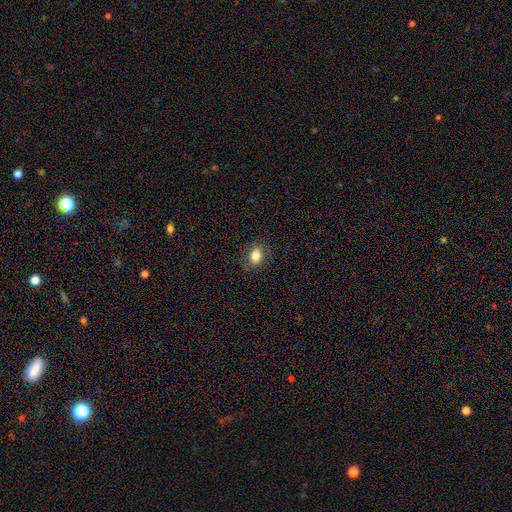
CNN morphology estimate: Smooth or featured?
  - smooth: 82% *
  - star or artifact: 10%
  - featured or disk: 8%
How rounded?
  - in between: 64% *
  - round: 35%
  - cigar-shaped: 1%
Merging?
  - none: 86% *
  - minor disturbance: 10%
  - major disturbance: 3%
  - merger: 1%